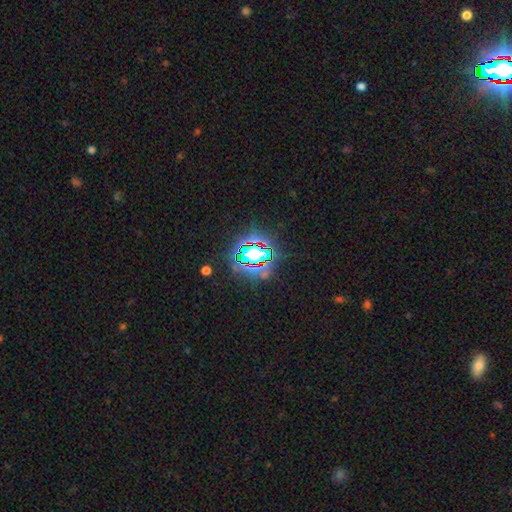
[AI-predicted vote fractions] smooth-or-featured: star or artifact: 74% | smooth: 16% | featured or disk: 11%